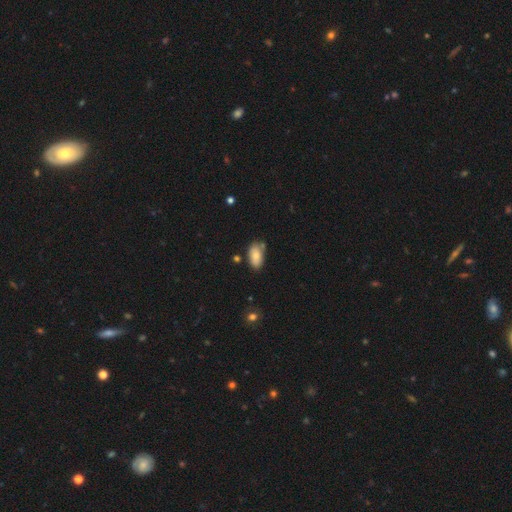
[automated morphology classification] Q: Smooth or featured?
A: smooth (79%); runner-up: featured or disk (13%)
Q: How rounded?
A: in between (93%); runner-up: round (5%)
Q: Merging?
A: none (66%); runner-up: minor disturbance (22%)